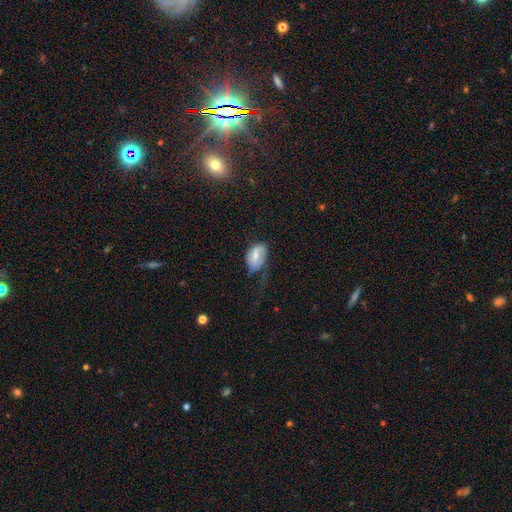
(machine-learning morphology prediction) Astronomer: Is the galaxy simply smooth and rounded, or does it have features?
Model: smooth — 56% (runner-up: featured or disk, 36%).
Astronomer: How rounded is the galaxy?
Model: in between — 86%.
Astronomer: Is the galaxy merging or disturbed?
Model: none — 35% (runner-up: minor disturbance, 34%).